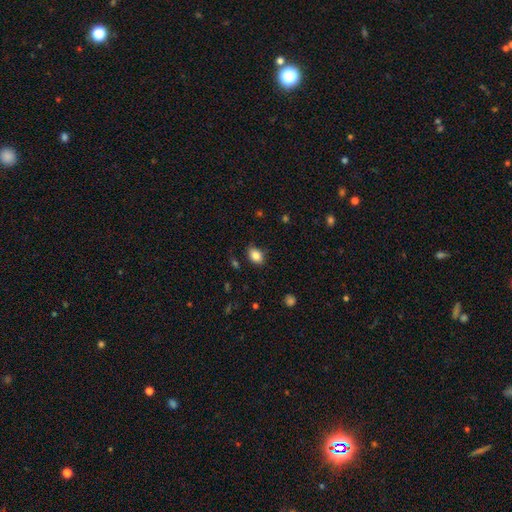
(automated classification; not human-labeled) Smooth or featured: smooth — 85% (star or artifact — 9%)
How rounded: in between — 81% (round — 18%)
Merging: none — 82% (minor disturbance — 13%)